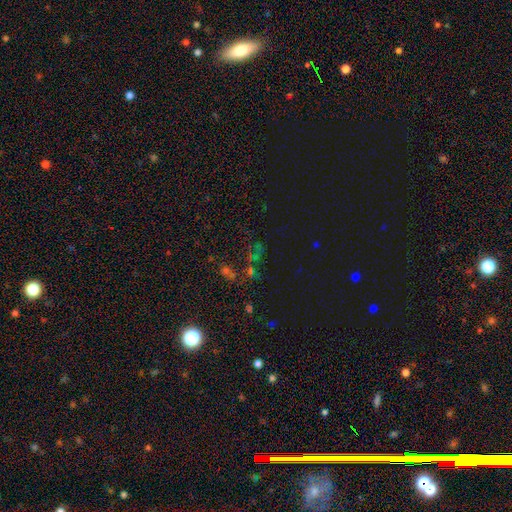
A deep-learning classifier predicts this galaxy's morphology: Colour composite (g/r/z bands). It shows a star or artifact, not a galaxy (59%).